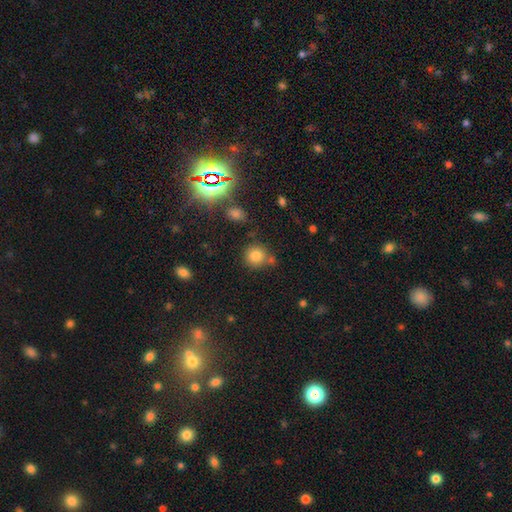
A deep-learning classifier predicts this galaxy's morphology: This appears to be a smooth galaxy with no disk features (79%) that is round (90%). Merging: none (72%).